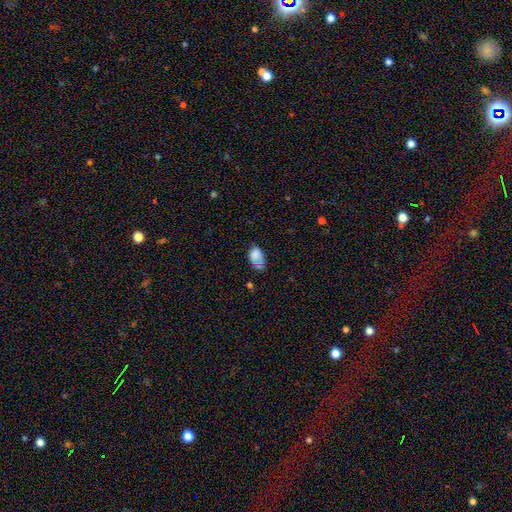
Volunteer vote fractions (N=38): Overall: smooth (76%). How rounded: in between (97%). Merging: none (53%; minor disturbance 38%).